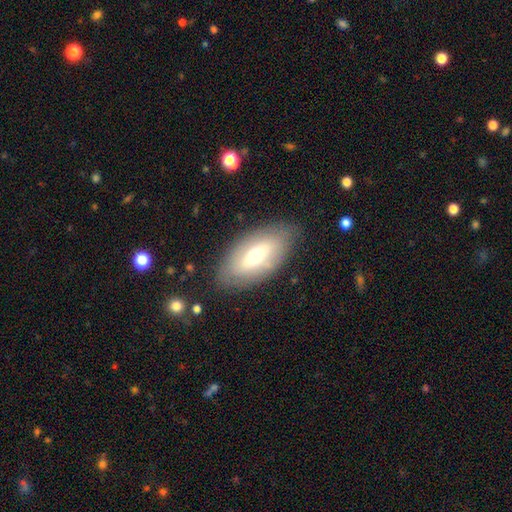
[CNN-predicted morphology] Smooth or featured: smooth — 49% (featured or disk — 44%)
Merging: none — 82% (minor disturbance — 13%)